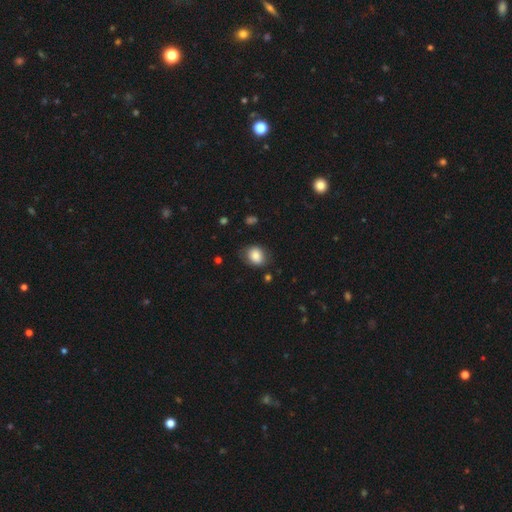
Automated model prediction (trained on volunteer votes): A smooth galaxy with no disk features (81%) that is round (51%).

Vote fractions:
- Smooth or featured? smooth: 81% / featured or disk: 10% / star or artifact: 9%
- How rounded? round: 51% / in between: 48% / cigar-shaped: 1%
- Merging? none: 73% / minor disturbance: 19% / major disturbance: 6% / merger: 2%